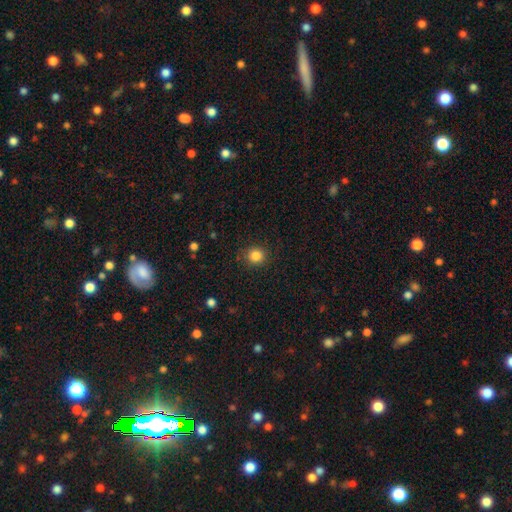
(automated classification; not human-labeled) A smooth galaxy with no disk features (85%) that is round (88%).

Vote fractions:
- Smooth or featured? smooth: 85% / star or artifact: 11% / featured or disk: 4%
- How rounded? round: 88% / in between: 11% / cigar-shaped: 1%
- Merging? none: 88% / minor disturbance: 8% / major disturbance: 2% / merger: 1%